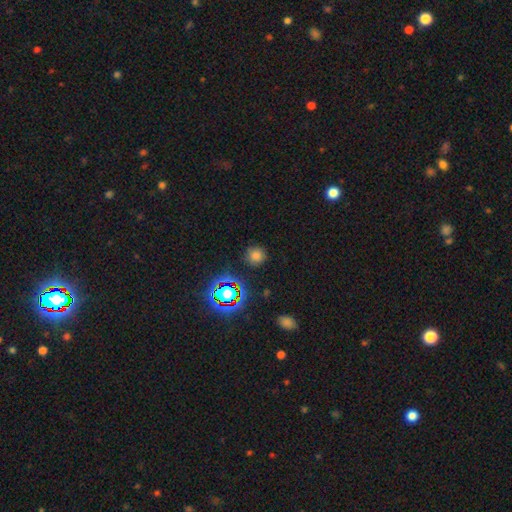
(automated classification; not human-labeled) smooth 72%, star or artifact 22%, featured or disk 6%. Down the decision tree: how rounded — round (92%); merging — none (86%).